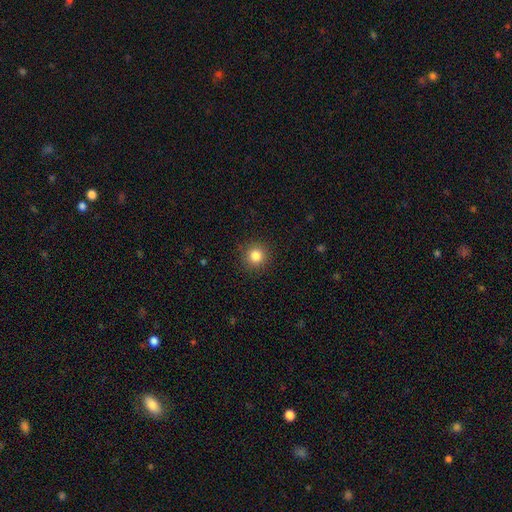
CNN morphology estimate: smooth 84%, star or artifact 11%, featured or disk 5%. Down the decision tree: how rounded — round (94%); merging — none (91%).